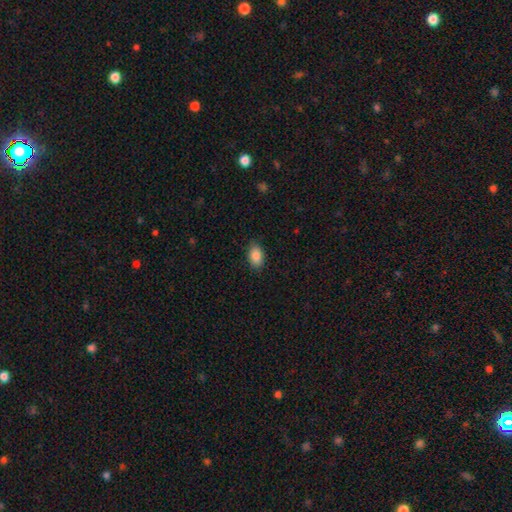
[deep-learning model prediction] This is clearly a smooth galaxy (87%). How rounded: clearly in between (90%). Merging: clearly none (83%).